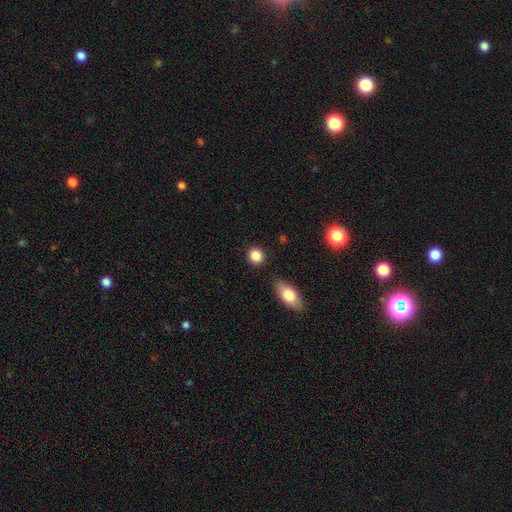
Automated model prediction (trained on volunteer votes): smooth 86%, star or artifact 9%, featured or disk 5%. Down the decision tree: how rounded — round (81%); merging — none (86%).